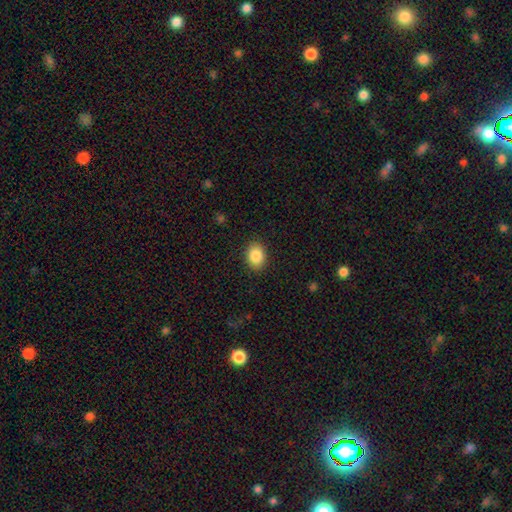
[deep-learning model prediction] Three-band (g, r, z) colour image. It shows a smooth galaxy with no disk features (86%) that is in between round and cigar-shaped (68%). Merging: none (89%).